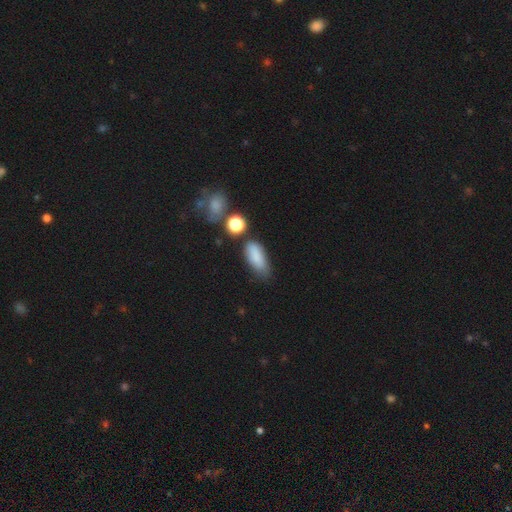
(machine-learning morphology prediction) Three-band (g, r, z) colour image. It shows a smooth galaxy with no disk features (82%) that is in between round and cigar-shaped (81%). Merging: none (55%).